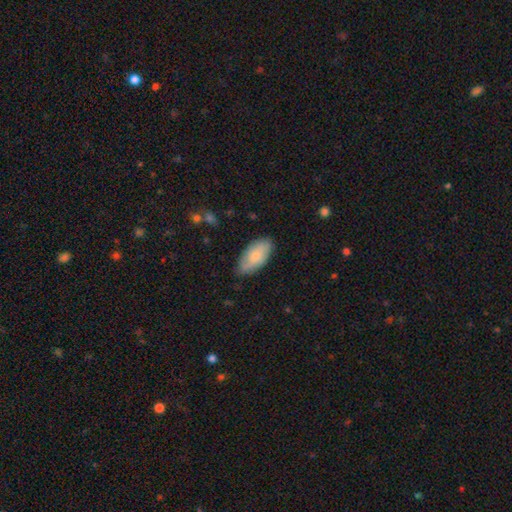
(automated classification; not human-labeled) Smooth or featured? smooth (72%)
How rounded? in between (93%)
Merging? none (75%)